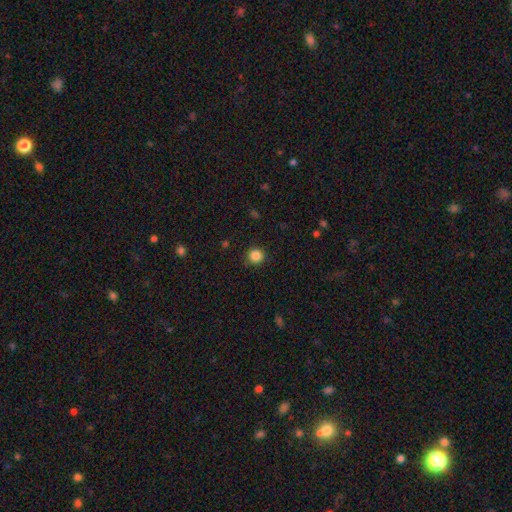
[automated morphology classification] The model was most divided on "smooth or featured": smooth: 85%, star or artifact: 11%, featured or disk: 3%. More confident: how rounded — round (94%); merging — none (90%).